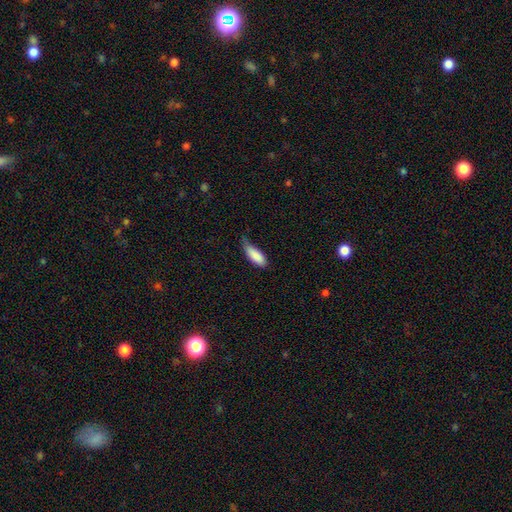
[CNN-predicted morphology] A smooth galaxy with no disk features (88%) that is in between round and cigar-shaped (74%). Merging: minor disturbance (47%).